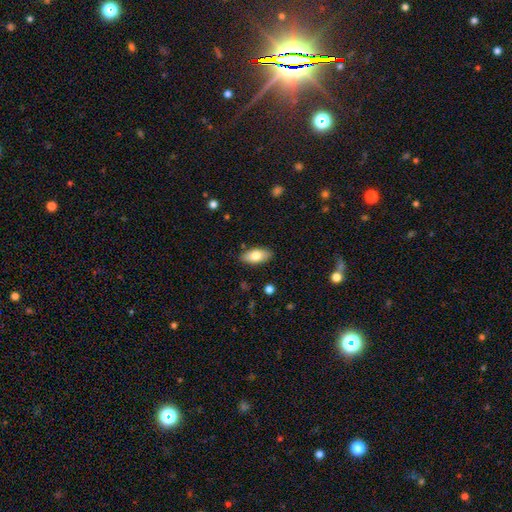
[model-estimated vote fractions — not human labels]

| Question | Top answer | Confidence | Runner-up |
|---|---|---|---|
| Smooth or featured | smooth | 78% | featured or disk (15%) |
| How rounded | in between | 90% | cigar-shaped (7%) |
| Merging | none | 87% | minor disturbance (10%) |